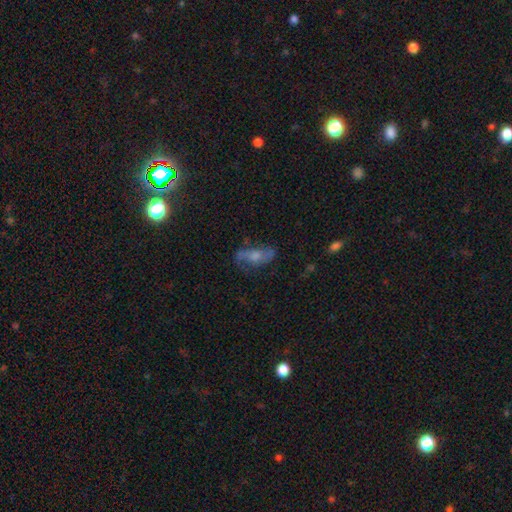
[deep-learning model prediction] smooth-or-featured: featured or disk: 63% | smooth: 24% | star or artifact: 13%
  disk-edge-on: no: 87% | yes: 13%
    bar: no: 57% | weak: 31% | strong: 12%
    has-spiral-arms: yes: 82% | no: 18%
    bulge-size: moderate: 52% | small: 28% | large: 12% | none: 7% | dominant: 2%
  merging: none: 66% | minor disturbance: 19% | major disturbance: 12% | merger: 2%